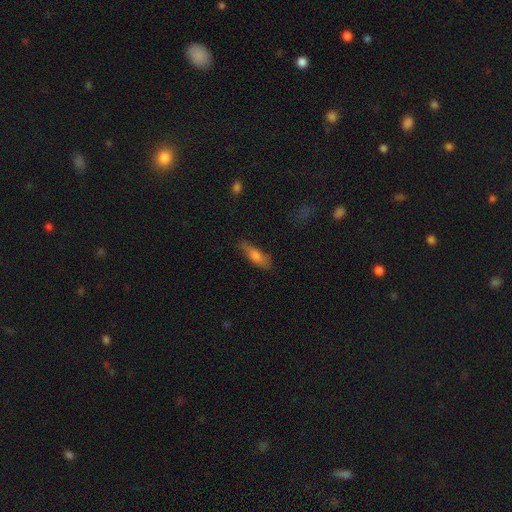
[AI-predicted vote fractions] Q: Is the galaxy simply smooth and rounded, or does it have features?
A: smooth — 70%.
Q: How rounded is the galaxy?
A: cigar-shaped — 56%.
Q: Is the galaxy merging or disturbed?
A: none — 73%.